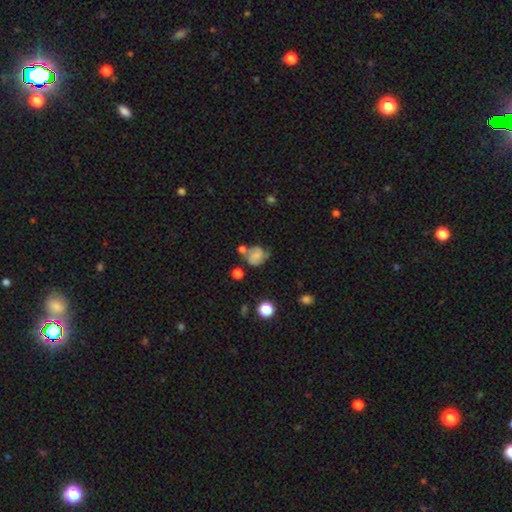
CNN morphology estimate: Smooth or featured? Predicted: featured or disk (p=0.55). Edge-on disk? Predicted: no (p=0.97). Bar? Predicted: no (p=0.56). Spiral arms? Predicted: yes (p=0.89). Bulge size? Predicted: small (p=0.39). Merging? Predicted: none (p=0.49).